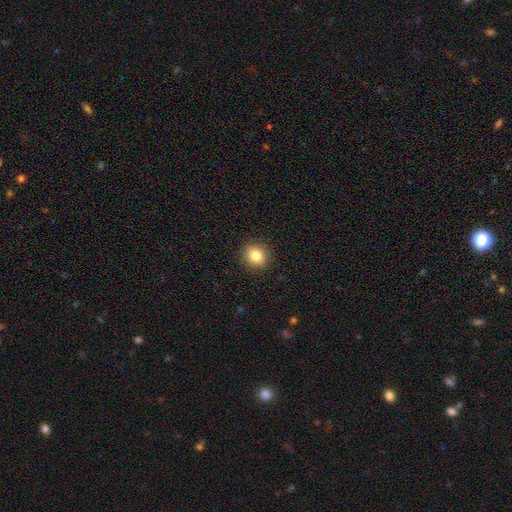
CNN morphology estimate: This is clearly a smooth galaxy (83%). How rounded: clearly round (81%). Merging: clearly none (91%).